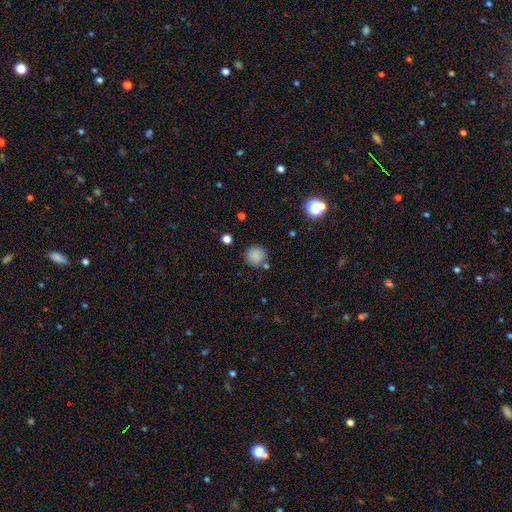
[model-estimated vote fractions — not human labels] A smooth galaxy with no disk features (83%) that is round (94%).

Vote fractions:
- Smooth or featured? smooth: 83% / star or artifact: 11% / featured or disk: 5%
- How rounded? round: 94% / in between: 5% / cigar-shaped: 1%
- Merging? none: 81% / minor disturbance: 9% / merger: 7% / major disturbance: 3%